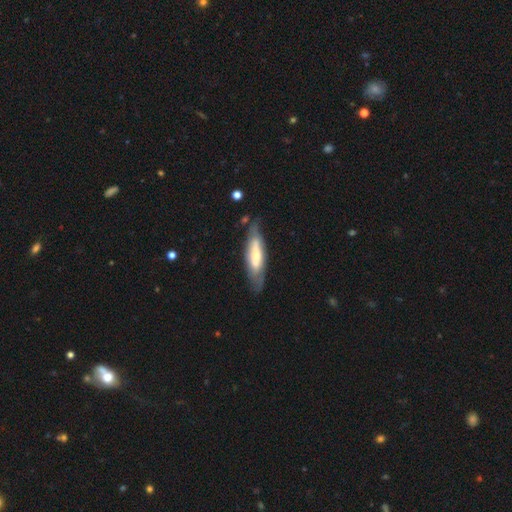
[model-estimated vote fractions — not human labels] Overall: featured or disk (49%; smooth 46%). Merging: none (68%).